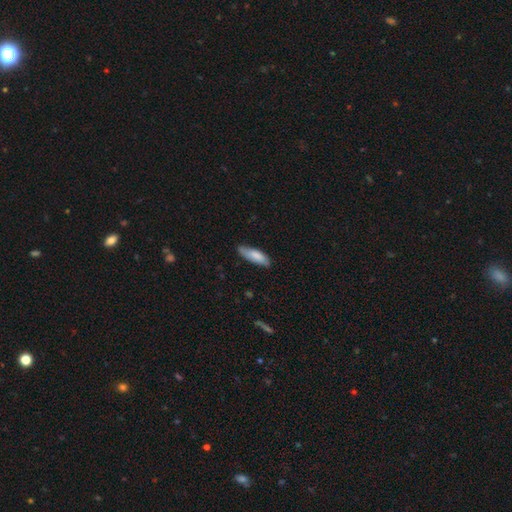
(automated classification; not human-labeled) A smooth galaxy with no disk features (81%) that is in between round and cigar-shaped (53%).

Vote fractions:
- Smooth or featured? smooth: 81% / featured or disk: 13% / star or artifact: 6%
- How rounded? in between: 53% / cigar-shaped: 45% / round: 2%
- Merging? none: 76% / minor disturbance: 20% / major disturbance: 3% / merger: 1%